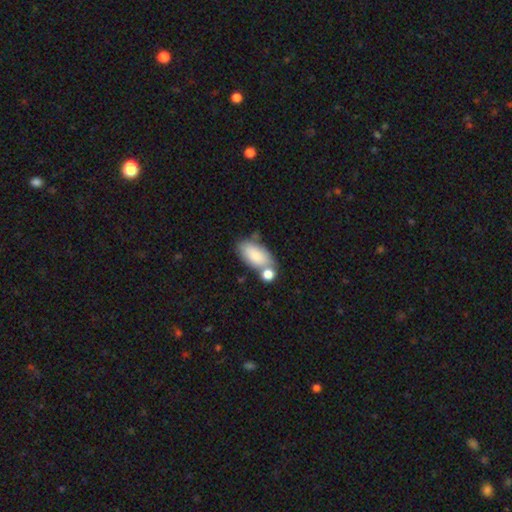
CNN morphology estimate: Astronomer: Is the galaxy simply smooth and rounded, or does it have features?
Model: smooth — 82%.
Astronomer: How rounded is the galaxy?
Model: in between — 91%.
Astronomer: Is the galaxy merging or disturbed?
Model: none — 50% (runner-up: merger, 27%).